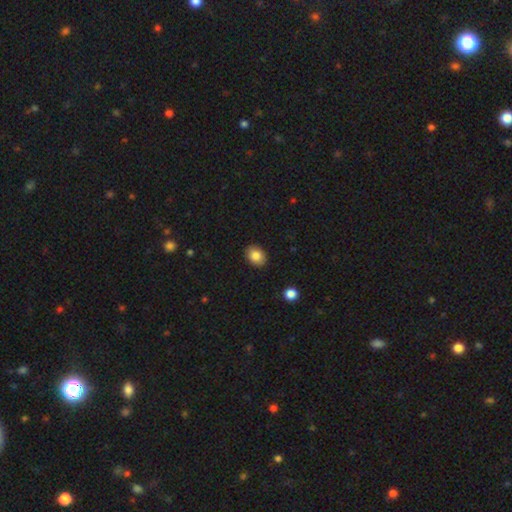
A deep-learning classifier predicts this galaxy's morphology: This appears to be a smooth galaxy with no disk features (84%) that is in between round and cigar-shaped (64%). Merging: none (89%).